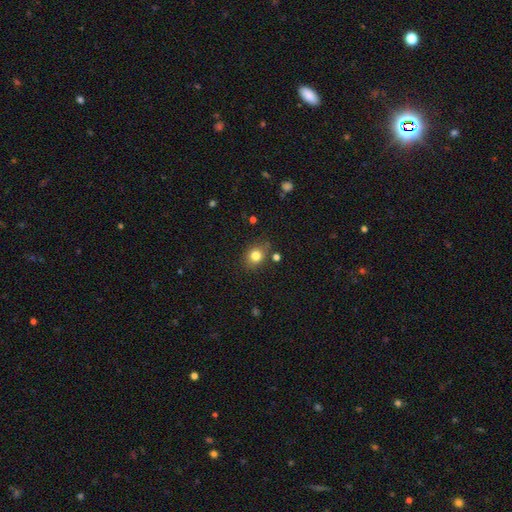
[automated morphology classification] smooth 81%, star or artifact 11%, featured or disk 8%. Down the decision tree: how rounded — round (58%); merging — none (78%).